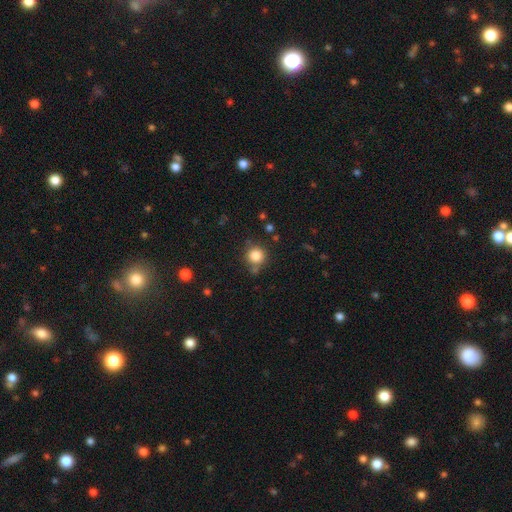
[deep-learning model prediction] Smooth or featured?
  - smooth: 84% *
  - star or artifact: 11%
  - featured or disk: 5%
How rounded?
  - round: 93% *
  - in between: 6%
  - cigar-shaped: 1%
Merging?
  - none: 75% *
  - minor disturbance: 12%
  - merger: 9%
  - major disturbance: 4%